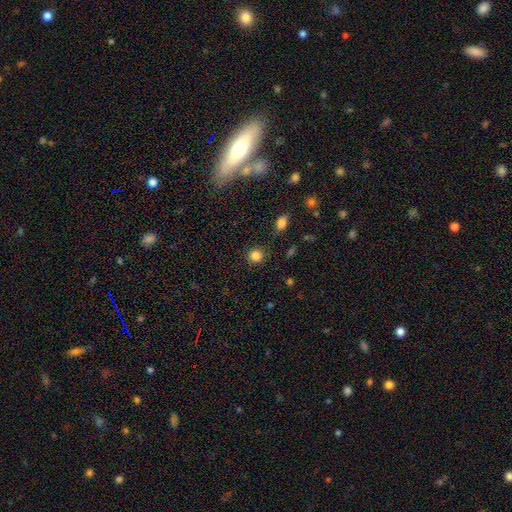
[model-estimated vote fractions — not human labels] A smooth galaxy with no disk features (85%) that is round (90%). Merging: none (87%).